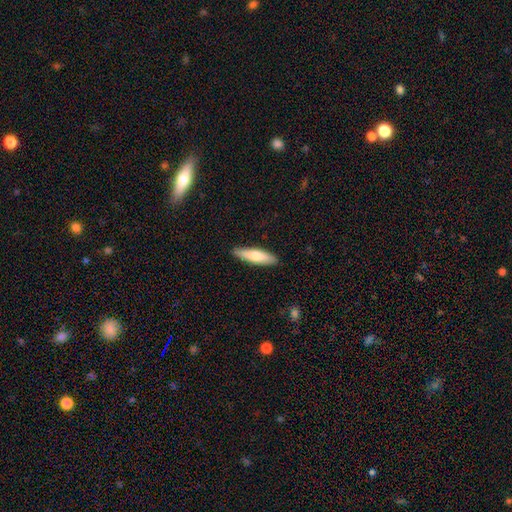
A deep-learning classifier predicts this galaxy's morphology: Overall: smooth (71%). How rounded: cigar-shaped (71%). Merging: none (88%).